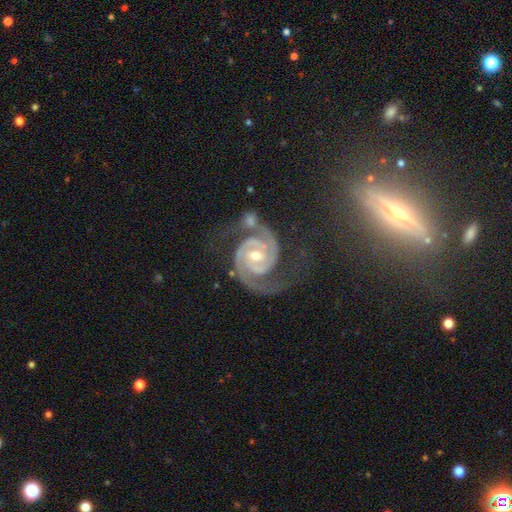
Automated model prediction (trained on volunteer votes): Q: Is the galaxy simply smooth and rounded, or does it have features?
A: featured or disk — 92%.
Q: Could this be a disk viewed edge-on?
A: no — 98%.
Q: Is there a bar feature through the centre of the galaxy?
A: weak — 42%.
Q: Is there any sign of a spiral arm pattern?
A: yes — 99%.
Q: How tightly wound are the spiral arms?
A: tight — 53%.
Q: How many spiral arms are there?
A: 2 — 92%.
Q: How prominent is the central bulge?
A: moderate — 60%.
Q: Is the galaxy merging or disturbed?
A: none — 65%.